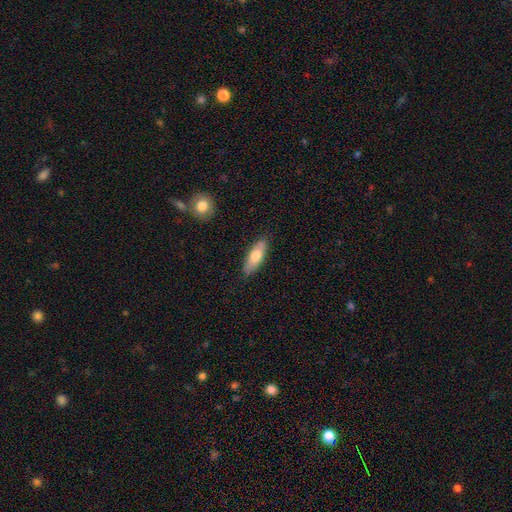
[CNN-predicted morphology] smooth_or_featured: smooth (p=0.70) [alt: featured or disk p=0.24]
how_rounded: in between (p=0.64) [alt: cigar-shaped p=0.34]
merging: none (p=0.85) [alt: minor disturbance p=0.11]